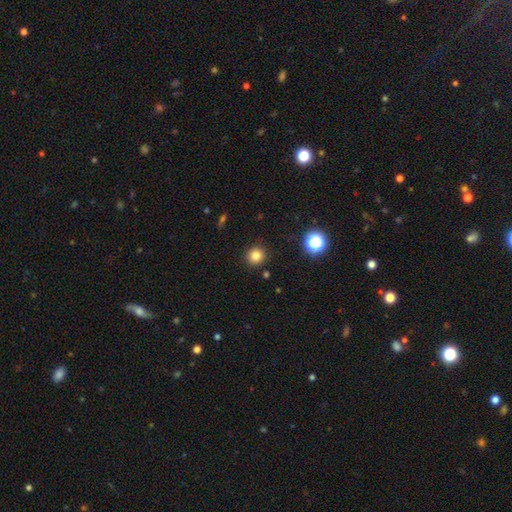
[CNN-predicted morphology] smooth-or-featured: smooth: 81% | star or artifact: 13% | featured or disk: 5%
  how-rounded: round: 93% | in between: 6% | cigar-shaped: 1%
  merging: none: 91% | minor disturbance: 6% | major disturbance: 2% | merger: 2%